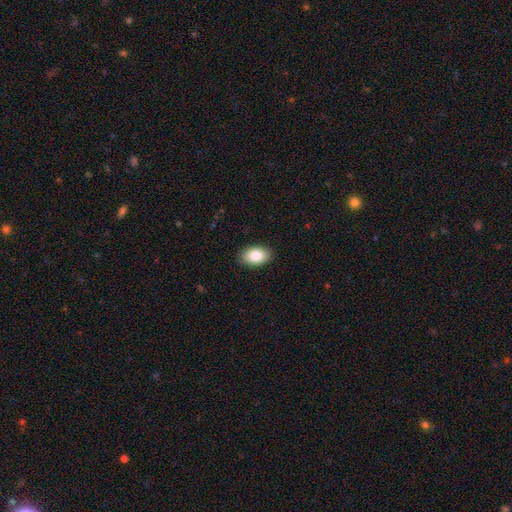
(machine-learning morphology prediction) Overall: smooth (86%). How rounded: in between (90%). Merging: none (88%).